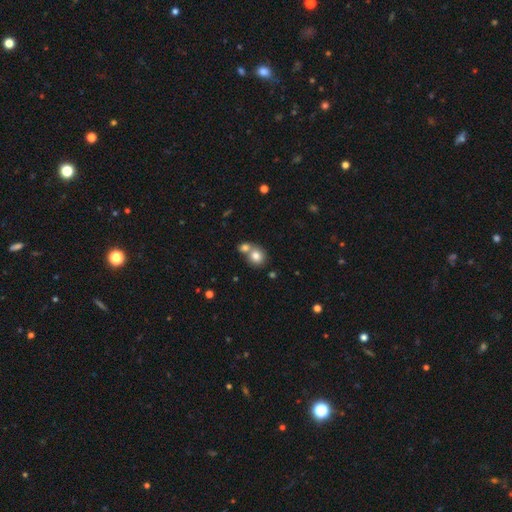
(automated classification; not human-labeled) smooth-or-featured: smooth: 78% | featured or disk: 11% | star or artifact: 11%
  how-rounded: round: 82% | in between: 17% | cigar-shaped: 1%
  merging: merger: 48% | none: 43% | minor disturbance: 7% | major disturbance: 3%